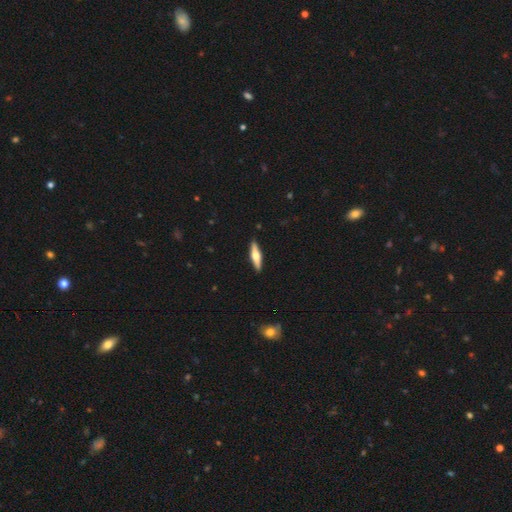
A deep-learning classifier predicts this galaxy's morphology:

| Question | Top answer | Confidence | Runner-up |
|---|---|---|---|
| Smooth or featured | featured or disk | 56% | smooth (39%) |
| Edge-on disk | yes | 96% | no (4%) |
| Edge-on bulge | rounded | 90% | boxy (6%) |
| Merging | none | 90% | minor disturbance (7%) |